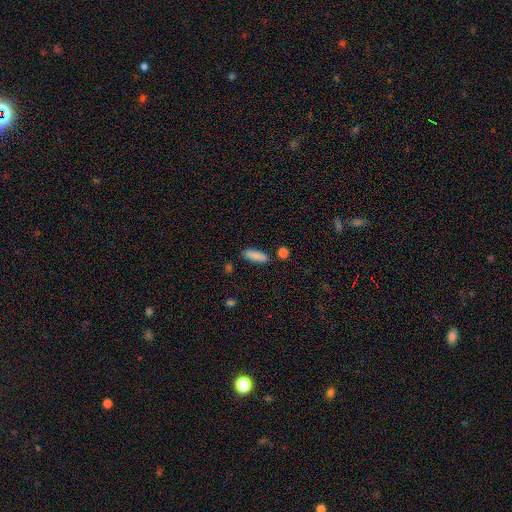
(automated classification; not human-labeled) smooth-or-featured: smooth: 88% | star or artifact: 7% | featured or disk: 5%
  how-rounded: in between: 59% | cigar-shaped: 39% | round: 2%
  merging: none: 84% | minor disturbance: 10% | merger: 4% | major disturbance: 2%